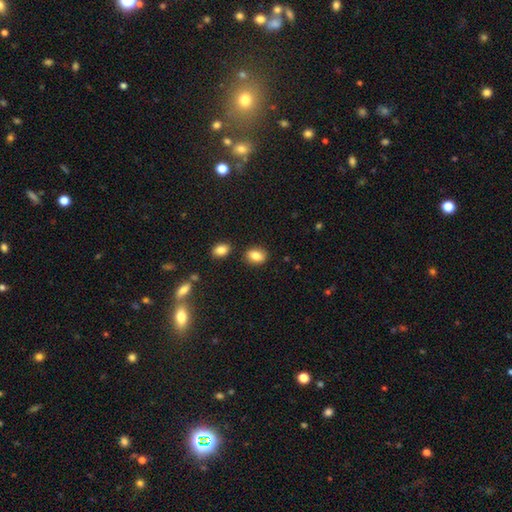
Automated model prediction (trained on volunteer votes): The model was most divided on "how rounded": in between: 74%, round: 25%, cigar-shaped: 2%. More confident: smooth or featured — smooth (84%); merging — none (83%).